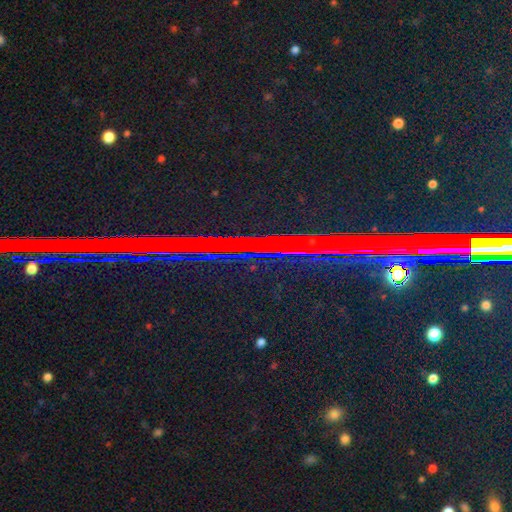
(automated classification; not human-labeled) star or artifact 85%, smooth 7%, featured or disk 7%.